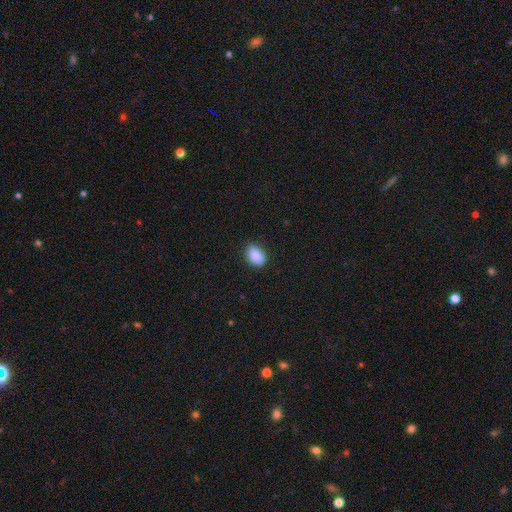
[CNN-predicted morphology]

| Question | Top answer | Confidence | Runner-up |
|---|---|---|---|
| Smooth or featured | smooth | 88% | star or artifact (8%) |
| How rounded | in between | 80% | round (18%) |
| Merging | none | 78% | minor disturbance (18%) |